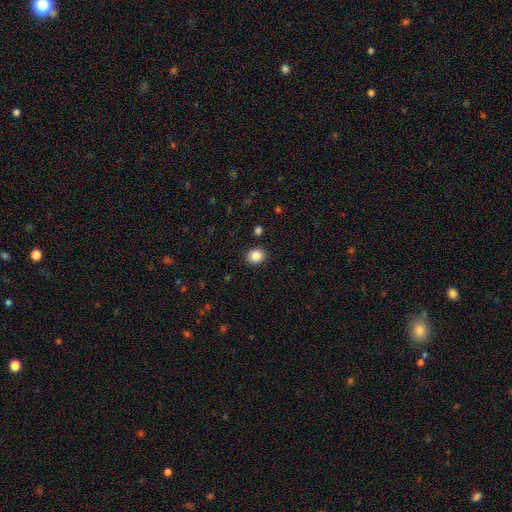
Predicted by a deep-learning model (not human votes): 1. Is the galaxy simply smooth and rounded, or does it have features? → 86% smooth, 10% star or artifact, 4% featured or disk.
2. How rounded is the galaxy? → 72% round, 27% in between, 1% cigar-shaped.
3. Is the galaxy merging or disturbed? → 90% none, 6% minor disturbance, 2% major disturbance, 2% merger.